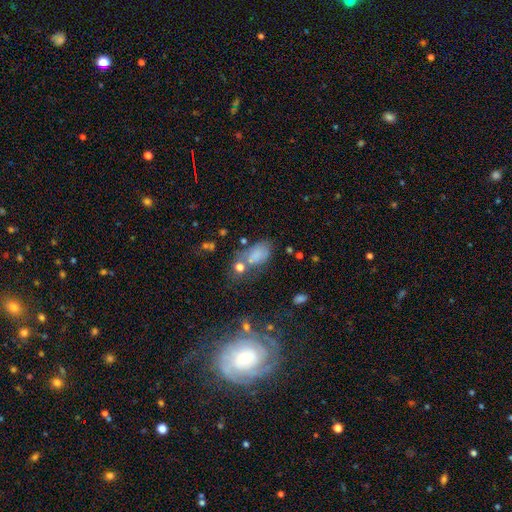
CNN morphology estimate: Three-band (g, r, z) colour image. It shows a smooth galaxy with no disk features (70%) that is in between round and cigar-shaped (88%). Merging: none (43%).